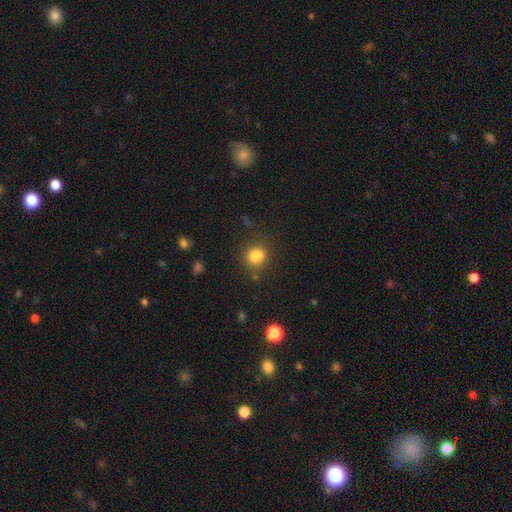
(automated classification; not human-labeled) Smooth or featured? Predicted: smooth (p=0.82). How rounded? Predicted: round (p=0.67). Merging? Predicted: none (p=0.67).